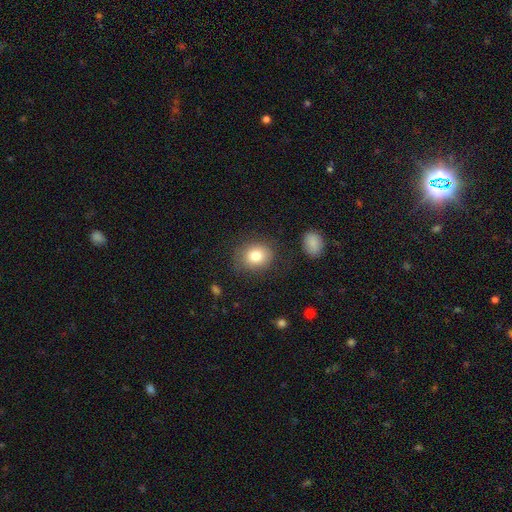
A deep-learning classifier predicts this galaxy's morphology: Overall: smooth (83%). How rounded: round (56%; in between 43%). Merging: none (79%).